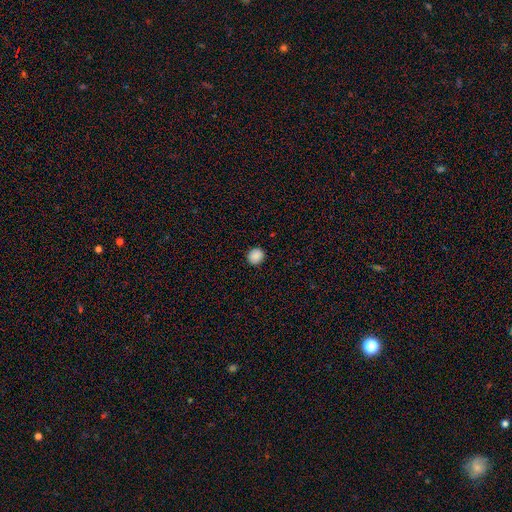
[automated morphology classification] A smooth galaxy with no disk features (88%) that is round (86%).

Vote fractions:
- Smooth or featured? smooth: 88% / star or artifact: 9% / featured or disk: 3%
- How rounded? round: 86% / in between: 13% / cigar-shaped: 1%
- Merging? none: 90% / minor disturbance: 7% / major disturbance: 2% / merger: 1%